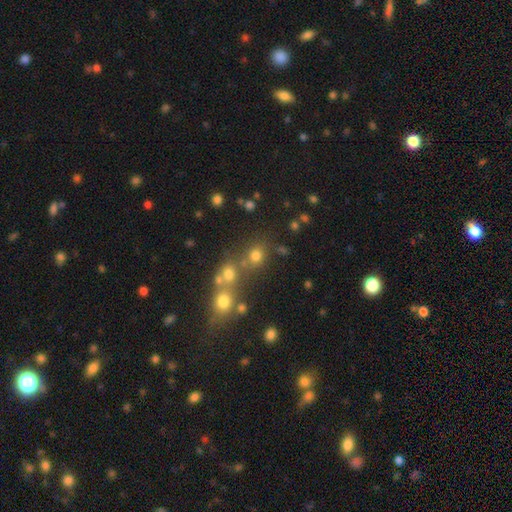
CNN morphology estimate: This appears to be a smooth galaxy with no disk features (72%) that is round (77%). Merging: none (61%).